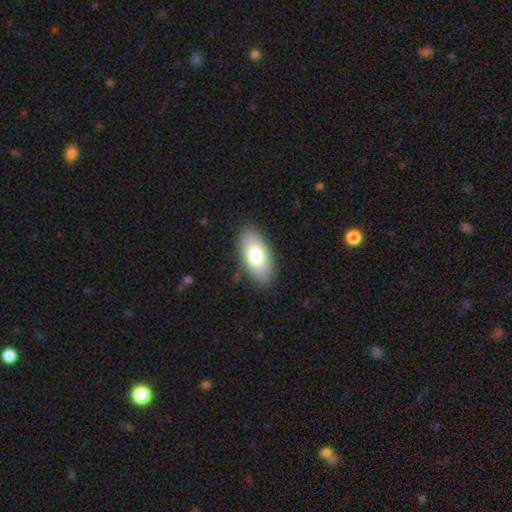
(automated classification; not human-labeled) Morphology: type=smooth (76%); roundness=in between (91%); merging=none (86%).